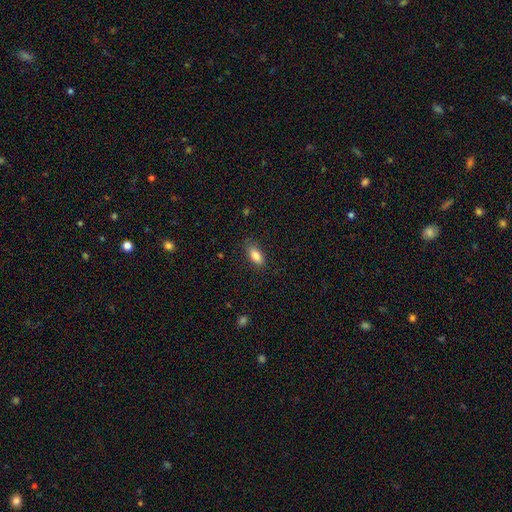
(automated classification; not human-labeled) Overall: smooth (84%). How rounded: in between (86%). Merging: none (81%).